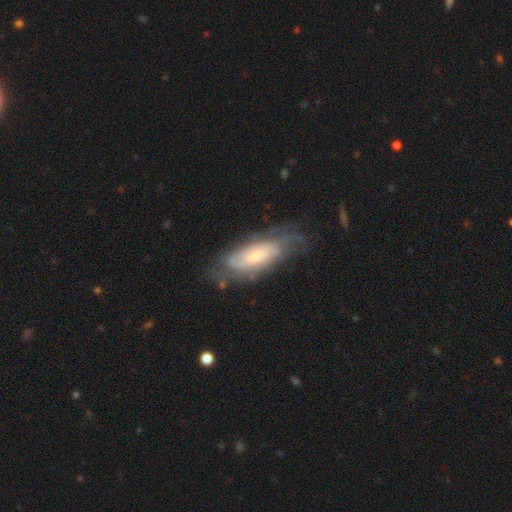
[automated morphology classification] type=featured or disk (63%); edge-on=no (83%); bar=no (68%); spiral arms=yes (79%); bulge=small (52%); merging=none (61%).